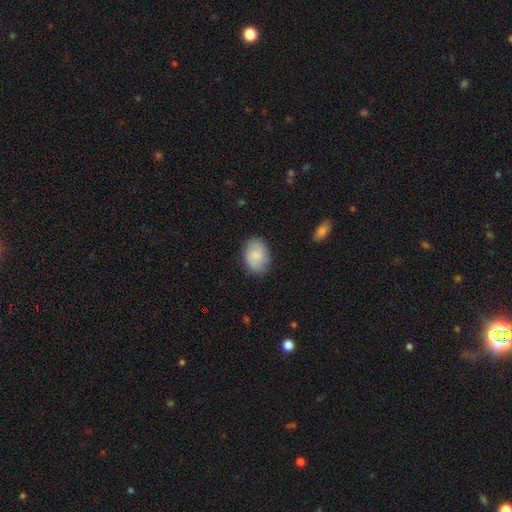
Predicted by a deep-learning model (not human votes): Smooth or featured? smooth (82%)
How rounded? in between (79%)
Merging? none (82%)